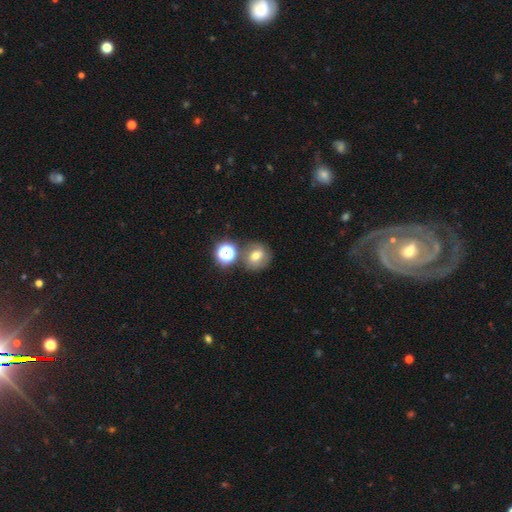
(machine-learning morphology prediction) smooth-or-featured: smooth: 56% | featured or disk: 26% | star or artifact: 18%
  how-rounded: round: 81% | in between: 18% | cigar-shaped: 1%
  merging: none: 66% | merger: 16% | minor disturbance: 13% | major disturbance: 5%